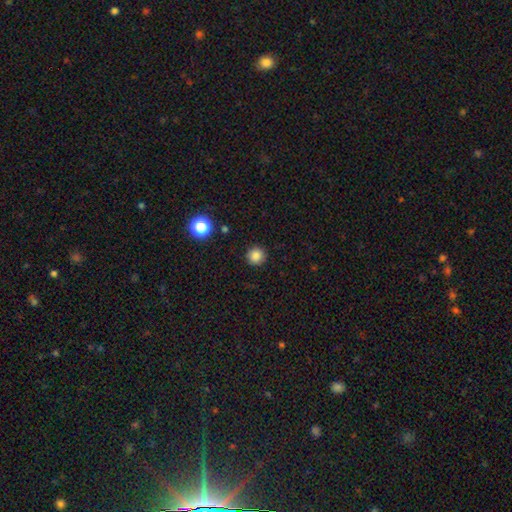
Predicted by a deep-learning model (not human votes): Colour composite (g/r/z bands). It shows a smooth galaxy with no disk features (85%) that is round (95%). Merging: none (92%).